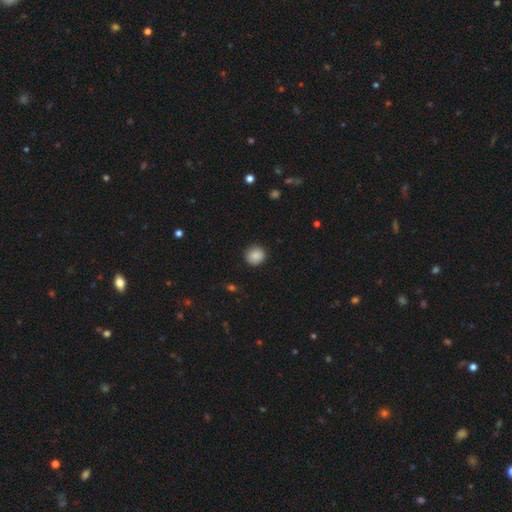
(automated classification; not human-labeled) This appears to be a smooth galaxy with no disk features (87%) that is round (91%). Merging: none (90%).